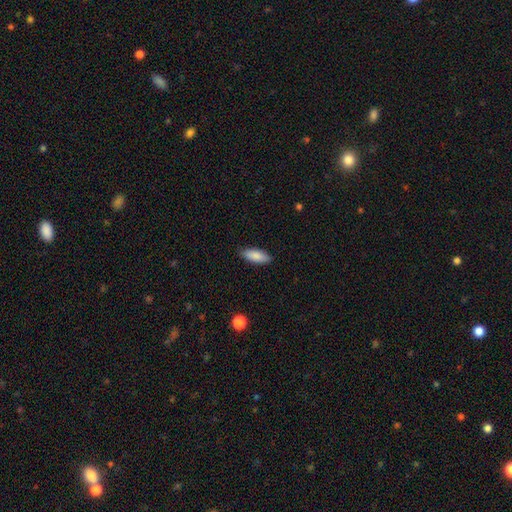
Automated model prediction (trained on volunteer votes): Smooth or featured: smooth — 86% (featured or disk — 8%)
How rounded: in between — 74% (cigar-shaped — 24%)
Merging: none — 88% (minor disturbance — 9%)